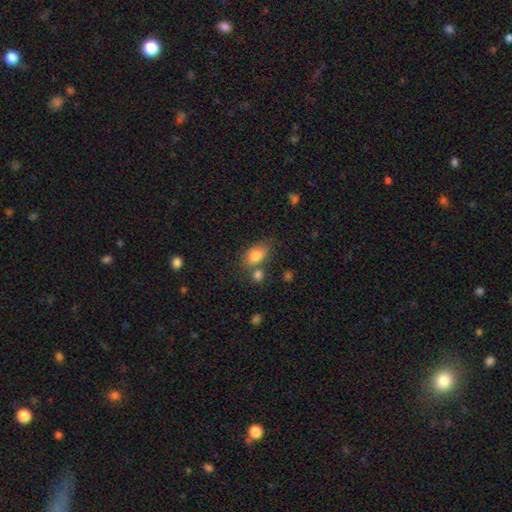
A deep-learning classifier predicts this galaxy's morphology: Smooth or featured? smooth (81%)
How rounded? in between (87%)
Merging? none (58%)